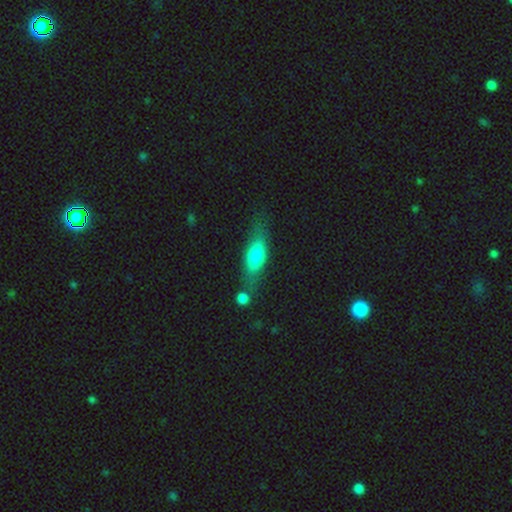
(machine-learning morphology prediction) Q: Smooth or featured?
A: smooth (67%); runner-up: featured or disk (26%)
Q: How rounded?
A: in between (63%); runner-up: cigar-shaped (32%)
Q: Merging?
A: none (60%); runner-up: minor disturbance (21%)